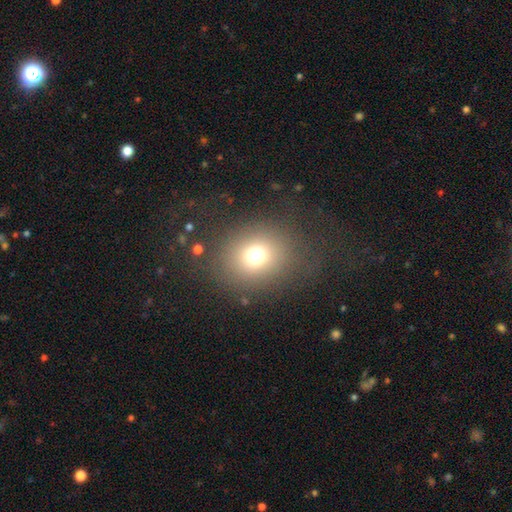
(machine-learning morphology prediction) Smooth or featured: smooth — 71% (star or artifact — 18%)
How rounded: round — 73% (in between — 26%)
Merging: none — 79% (minor disturbance — 10%)